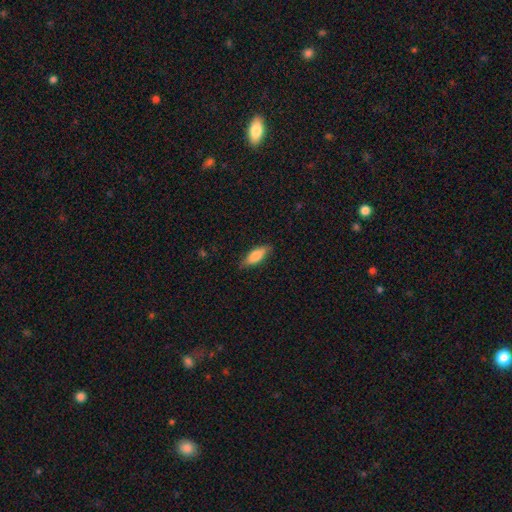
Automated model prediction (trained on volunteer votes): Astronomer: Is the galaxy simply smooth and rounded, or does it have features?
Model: smooth — 78%.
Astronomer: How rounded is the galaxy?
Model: in between — 65%.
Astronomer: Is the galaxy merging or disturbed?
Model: none — 82%.